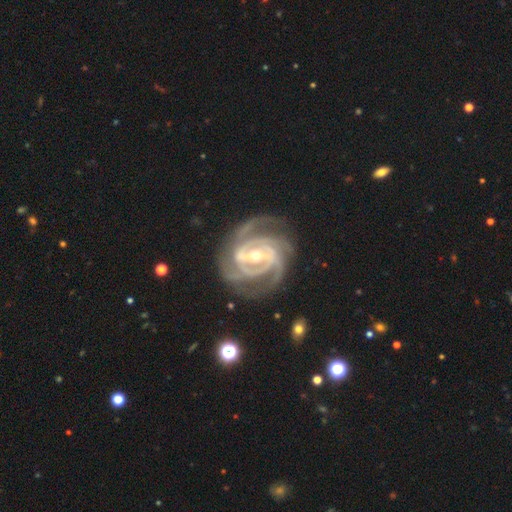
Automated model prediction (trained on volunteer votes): A featured or disk galaxy (93%) with a strong bar (56%), 3 (44%) tight (60%) spiral arms (99%) and a small central bulge (55%).

Vote fractions:
- Smooth or featured? featured or disk: 93% / star or artifact: 4% / smooth: 3%
- Edge-on disk? no: 98% / yes: 2%
- Bar? strong: 56% / weak: 32% / no: 12%
- Spiral arms? yes: 99% / no: 1%
- Spiral winding? tight: 60% / medium: 35% / loose: 4%
- Spiral arm count? 3: 44% / 4: 22% / 2: 16% / can't tell: 8% / more than 4: 5% / 1: 5%
- Bulge size? small: 55% / moderate: 42% / large: 1% / none: 1% / dominant: 1%
- Merging? none: 75% / minor disturbance: 16% / major disturbance: 8% / merger: 2%